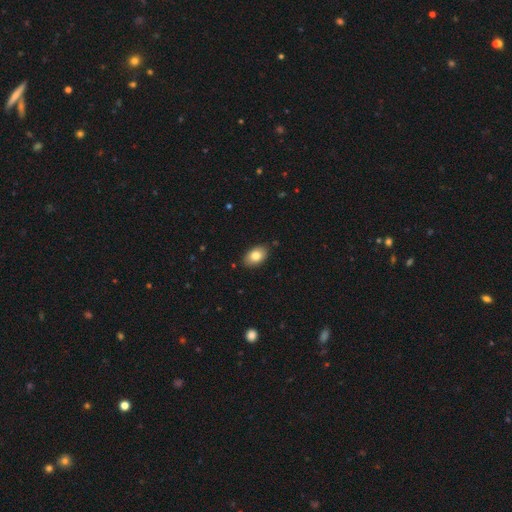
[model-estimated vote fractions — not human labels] Smooth or featured?
  - smooth: 83% *
  - featured or disk: 10%
  - star or artifact: 7%
How rounded?
  - in between: 89% *
  - round: 9%
  - cigar-shaped: 1%
Merging?
  - none: 87% *
  - minor disturbance: 9%
  - major disturbance: 2%
  - merger: 1%